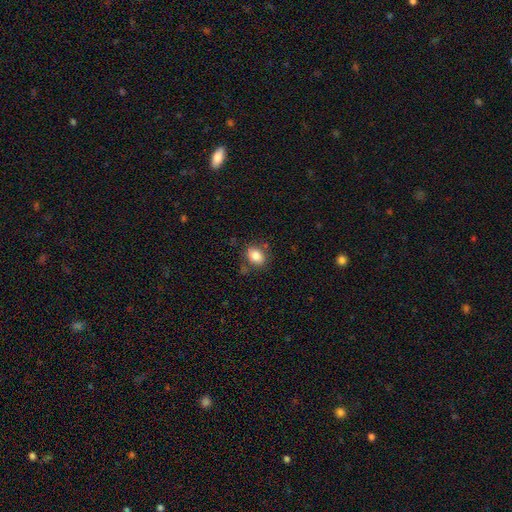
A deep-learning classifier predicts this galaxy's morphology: A smooth galaxy with no disk features (82%) that is in between round and cigar-shaped (65%).

Vote fractions:
- Smooth or featured? smooth: 82% / star or artifact: 9% / featured or disk: 9%
- How rounded? in between: 65% / round: 33% / cigar-shaped: 1%
- Merging? none: 73% / minor disturbance: 16% / merger: 6% / major disturbance: 5%